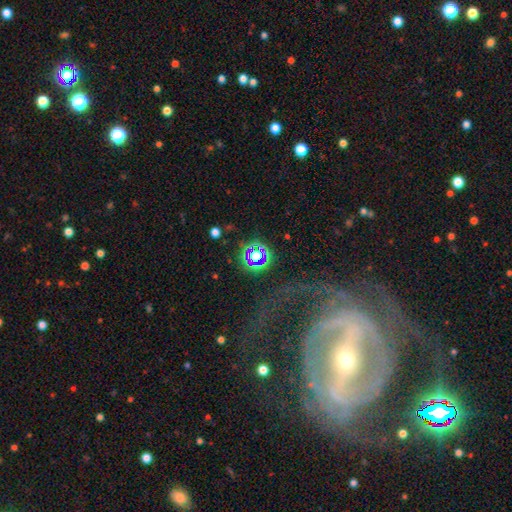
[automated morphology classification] Smooth or featured?
  - star or artifact: 68% *
  - smooth: 21%
  - featured or disk: 11%